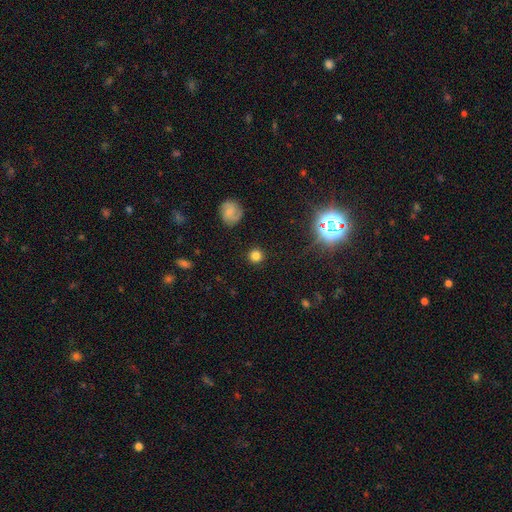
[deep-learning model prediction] Smooth or featured?
  - smooth: 76% *
  - star or artifact: 16%
  - featured or disk: 8%
How rounded?
  - round: 93% *
  - in between: 6%
  - cigar-shaped: 1%
Merging?
  - none: 89% *
  - minor disturbance: 7%
  - major disturbance: 3%
  - merger: 2%